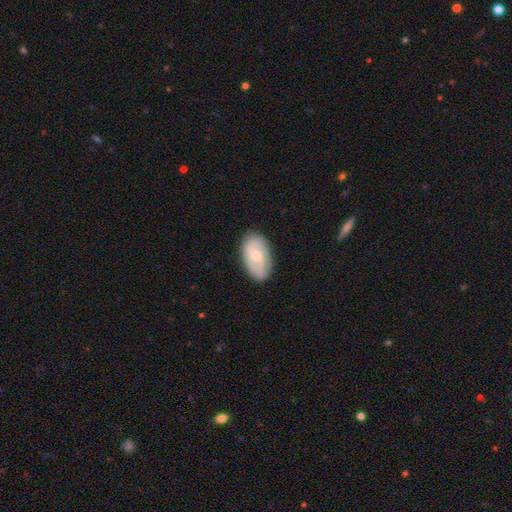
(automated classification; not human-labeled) featured or disk 52%, smooth 42%, star or artifact 6%. Down the decision tree: edge-on disk — no (95%); merging — none (82%).